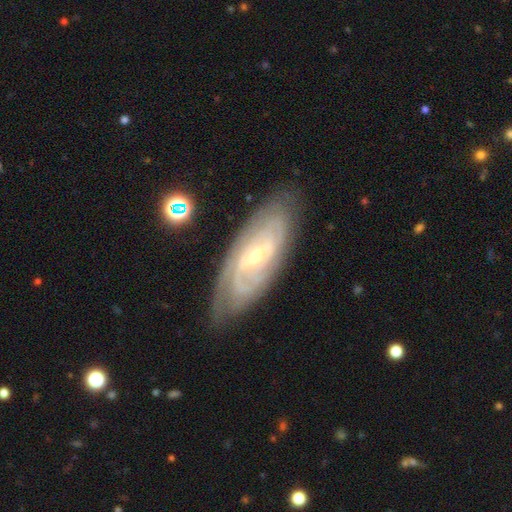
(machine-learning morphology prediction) The model was most divided on "bar": weak: 43%, no: 40%, strong: 18%. Remaining: spiral arms — yes (94%); edge-on disk — no (90%); smooth or featured — featured or disk (85%); merging — none (79%); spiral winding — tight (68%); bulge size — small (65%); spiral arm count — can't tell (39%).